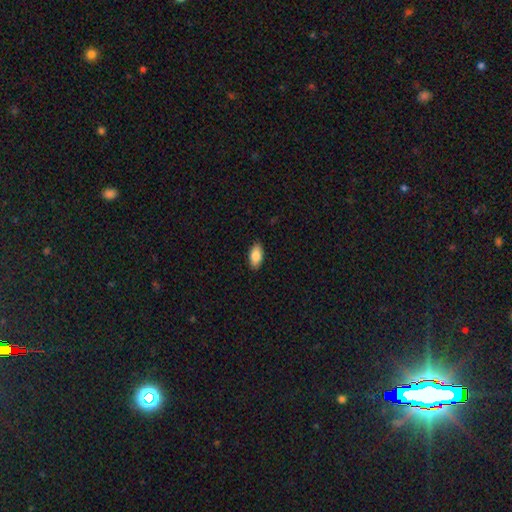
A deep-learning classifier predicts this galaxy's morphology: The model was most divided on "smooth or featured": smooth: 86%, featured or disk: 8%, star or artifact: 6%. More confident: how rounded — in between (92%); merging — none (89%).